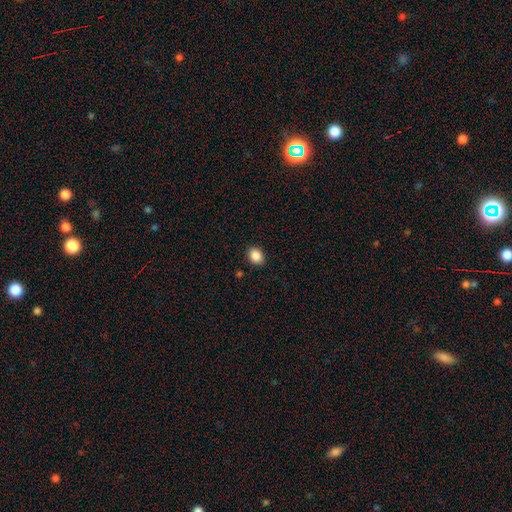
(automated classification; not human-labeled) Overall: smooth (88%). How rounded: in between (59%; round 40%). Merging: none (89%).